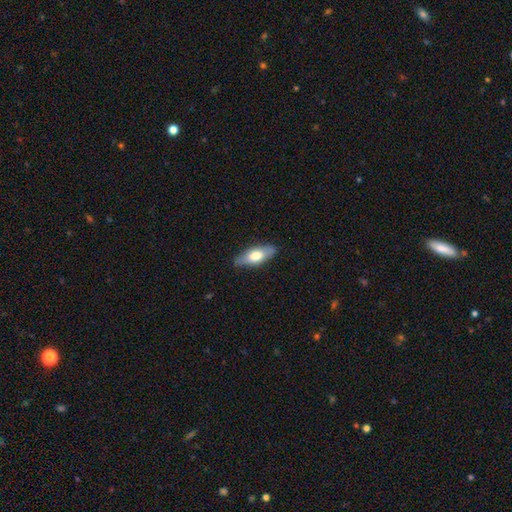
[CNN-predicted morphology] Smooth or featured? Predicted: smooth (p=0.63). How rounded? Predicted: in between (p=0.73). Merging? Predicted: none (p=0.82).